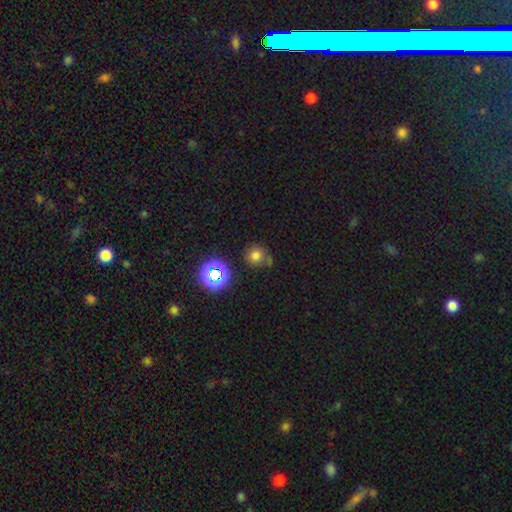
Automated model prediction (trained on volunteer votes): The model was most divided on "smooth or featured": smooth: 71%, star or artifact: 21%, featured or disk: 9%. More confident: how rounded — round (88%); merging — none (68%).